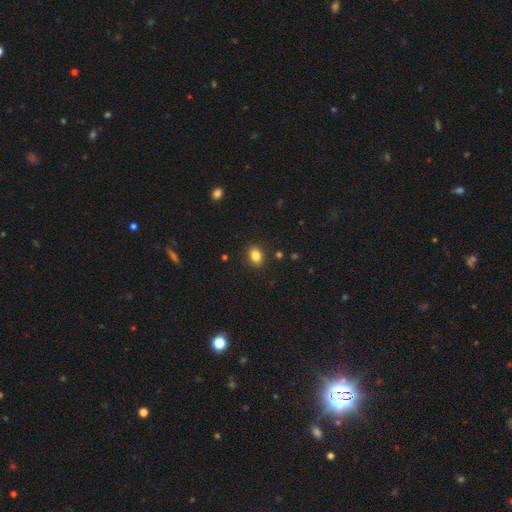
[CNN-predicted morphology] This appears to be a smooth galaxy with no disk features (84%) that is in between round and cigar-shaped (65%). Merging: none (89%).